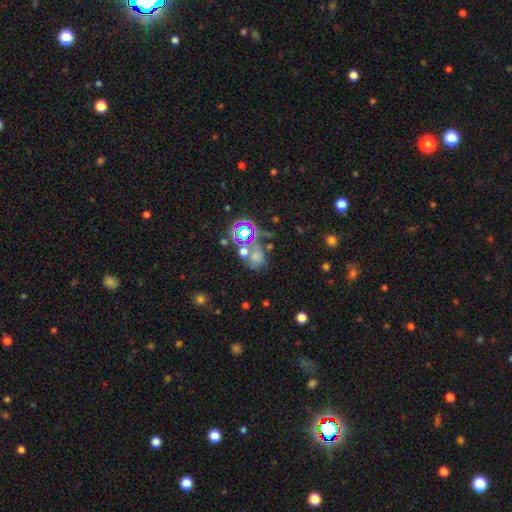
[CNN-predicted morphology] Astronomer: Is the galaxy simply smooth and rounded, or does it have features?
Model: smooth — 52% (runner-up: star or artifact, 34%).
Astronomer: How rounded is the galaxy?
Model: round — 61% (runner-up: in between, 37%).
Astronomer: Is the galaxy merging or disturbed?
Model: none — 40% (runner-up: merger, 32%).